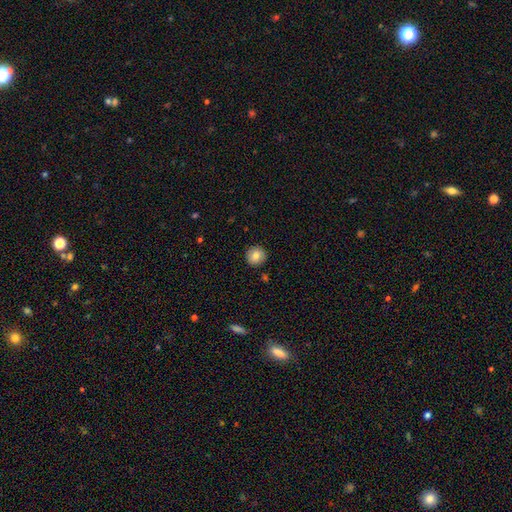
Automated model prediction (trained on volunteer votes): Q: Smooth or featured?
A: smooth (80%); runner-up: featured or disk (11%)
Q: How rounded?
A: round (93%); runner-up: in between (6%)
Q: Merging?
A: none (90%); runner-up: minor disturbance (7%)